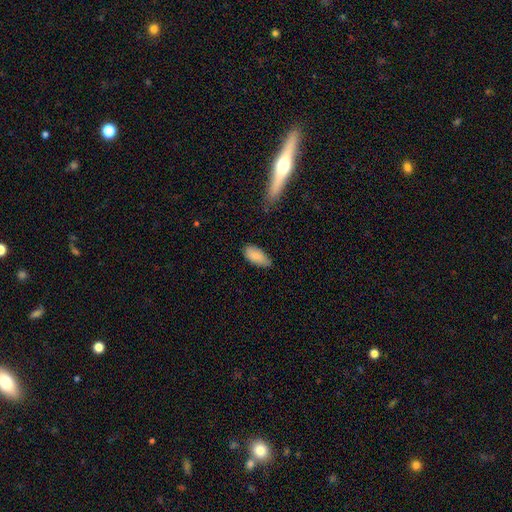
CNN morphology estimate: A smooth galaxy with no disk features (87%) that is in between round and cigar-shaped (92%).

Vote fractions:
- Smooth or featured? smooth: 87% / featured or disk: 7% / star or artifact: 6%
- How rounded? in between: 92% / cigar-shaped: 6% / round: 2%
- Merging? none: 64% / minor disturbance: 29% / major disturbance: 5% / merger: 2%